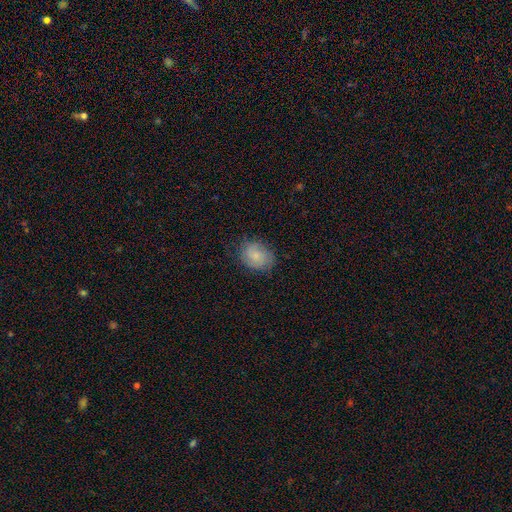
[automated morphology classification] smooth 76%, featured or disk 16%, star or artifact 8%. Down the decision tree: how rounded — round (50%); merging — none (77%).